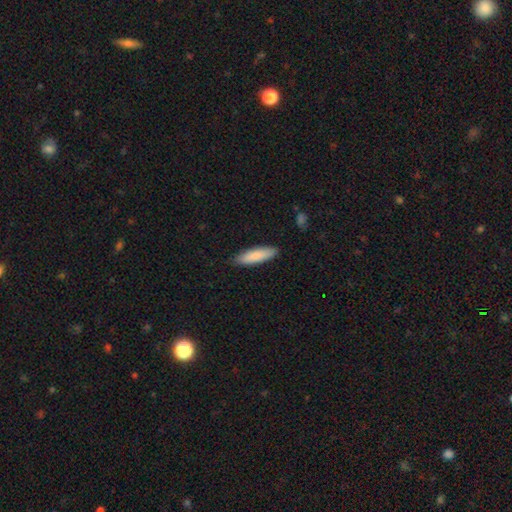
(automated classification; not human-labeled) Q: Smooth or featured?
A: smooth (85%); runner-up: featured or disk (9%)
Q: How rounded?
A: cigar-shaped (60%); runner-up: in between (39%)
Q: Merging?
A: none (87%); runner-up: minor disturbance (10%)